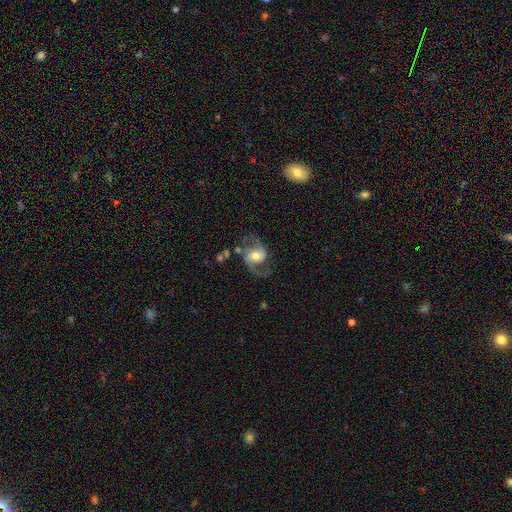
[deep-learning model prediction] featured or disk 82%, smooth 12%, star or artifact 6%. Down the decision tree: edge-on disk — no (97%); bar — no (44%); spiral arms — yes (94%); spiral arm count — 2 (89%); spiral winding — medium (47%); bulge size — moderate (64%); merging — none (67%).